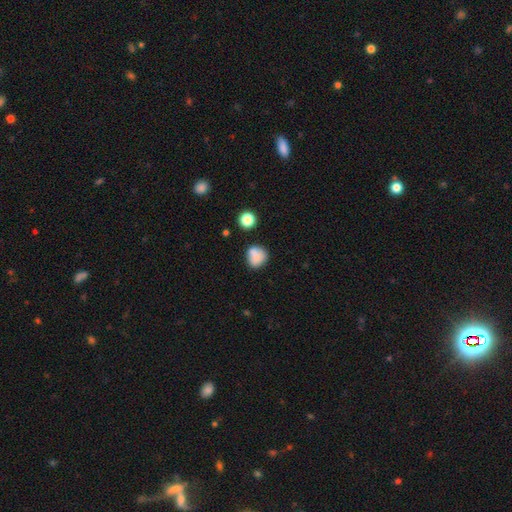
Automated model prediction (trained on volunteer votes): Smooth or featured? smooth (79%)
How rounded? round (74%)
Merging? none (59%)